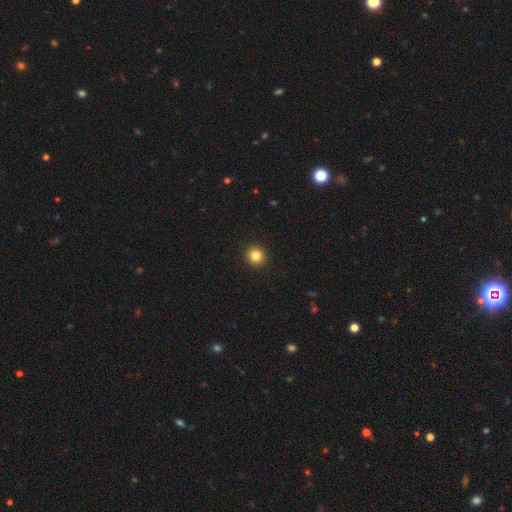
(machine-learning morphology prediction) Overall: smooth (83%). How rounded: round (95%). Merging: none (94%).